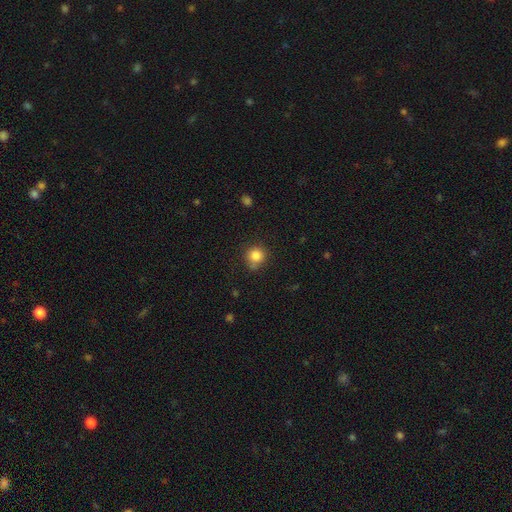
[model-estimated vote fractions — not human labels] Smooth or featured?
  - smooth: 83% *
  - star or artifact: 11%
  - featured or disk: 6%
How rounded?
  - round: 89% *
  - in between: 10%
  - cigar-shaped: 1%
Merging?
  - none: 72% *
  - minor disturbance: 19%
  - merger: 5%
  - major disturbance: 4%